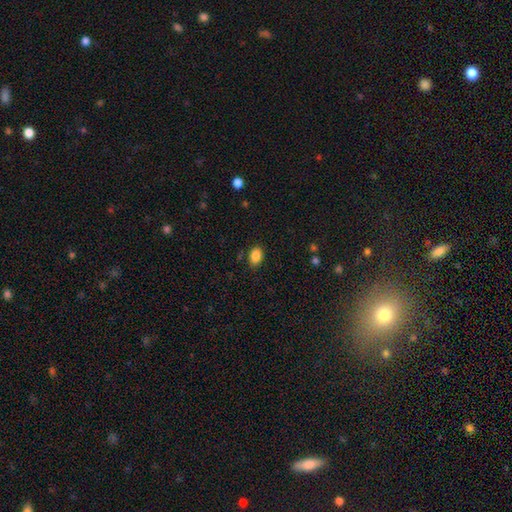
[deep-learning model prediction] Overall: smooth (87%). How rounded: in between (80%). Merging: none (84%).